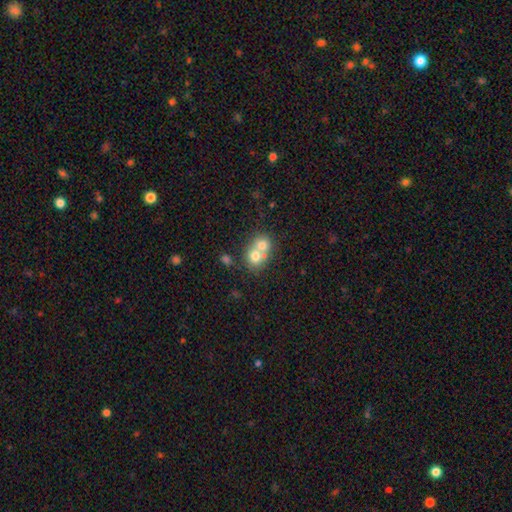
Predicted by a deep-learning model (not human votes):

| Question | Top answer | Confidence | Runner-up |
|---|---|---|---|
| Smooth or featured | smooth | 68% | featured or disk (22%) |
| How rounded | round | 73% | in between (27%) |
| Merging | merger | 70% | none (23%) |